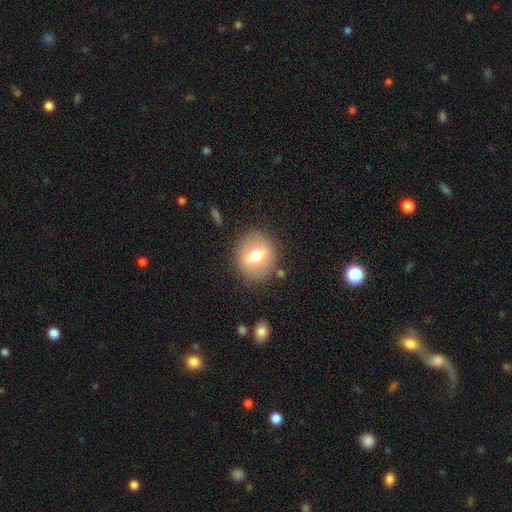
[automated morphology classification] smooth-or-featured: smooth: 58% | featured or disk: 34% | star or artifact: 8%
  how-rounded: round: 81% | in between: 18% | cigar-shaped: 1%
  merging: none: 84% | minor disturbance: 10% | major disturbance: 4% | merger: 2%